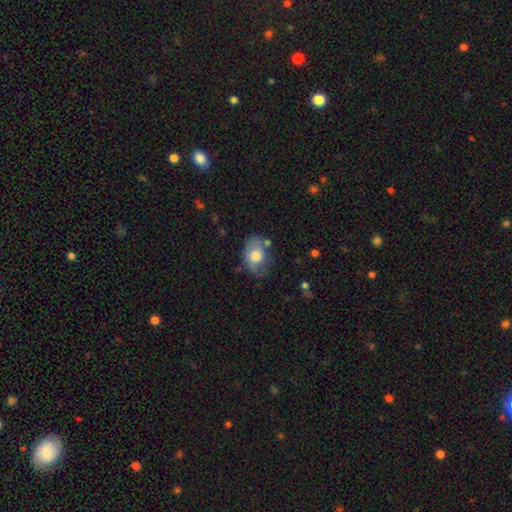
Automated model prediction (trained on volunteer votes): smooth 66%, featured or disk 27%, star or artifact 7%. Down the decision tree: how rounded — in between (77%); merging — none (53%).